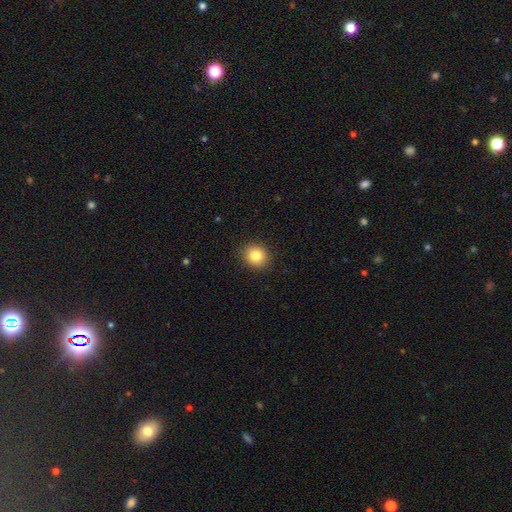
A smooth galaxy with no disk features (82%) that is round (69%). Merging: none (83%).